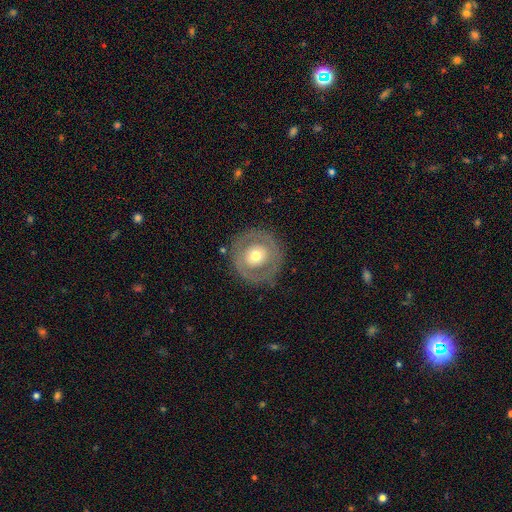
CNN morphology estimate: This appears to be a featured or disk galaxy (52%). Merging: none (81%).